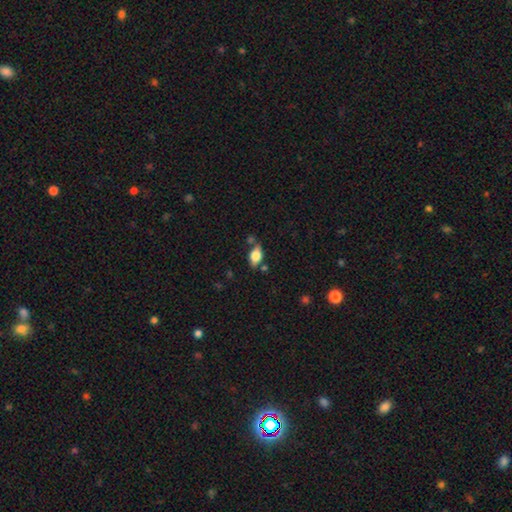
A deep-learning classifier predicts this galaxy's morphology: Smooth or featured? Predicted: smooth (p=0.71). How rounded? Predicted: in between (p=0.86). Merging? Predicted: none (p=0.66).